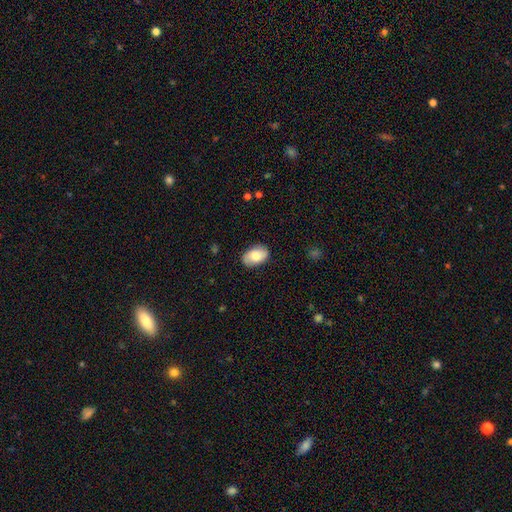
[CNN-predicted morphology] smooth_or_featured: smooth (p=0.70) [alt: featured or disk p=0.23]
how_rounded: in between (p=0.89) [alt: round p=0.10]
merging: none (p=0.84) [alt: minor disturbance p=0.12]